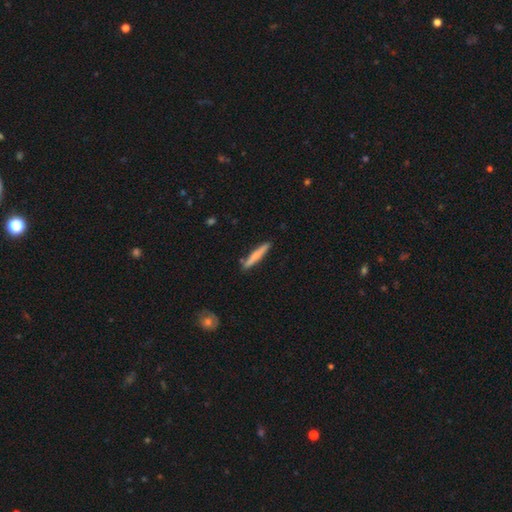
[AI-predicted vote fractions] Morphology: type=smooth (67%); roundness=cigar-shaped (95%); merging=none (86%).